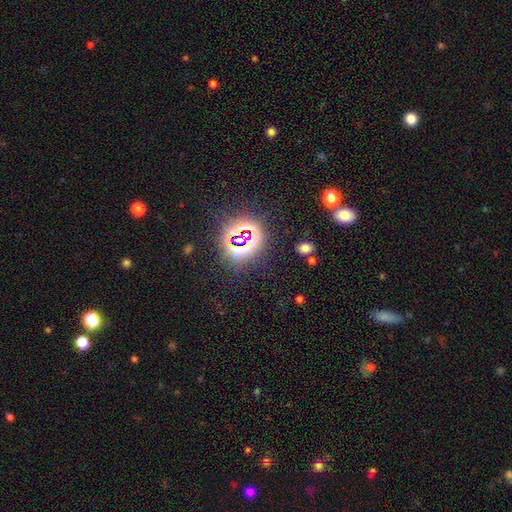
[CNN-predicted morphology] A star or artifact, not a galaxy (79%).

Vote fractions:
- Smooth or featured? star or artifact: 79% / smooth: 13% / featured or disk: 8%